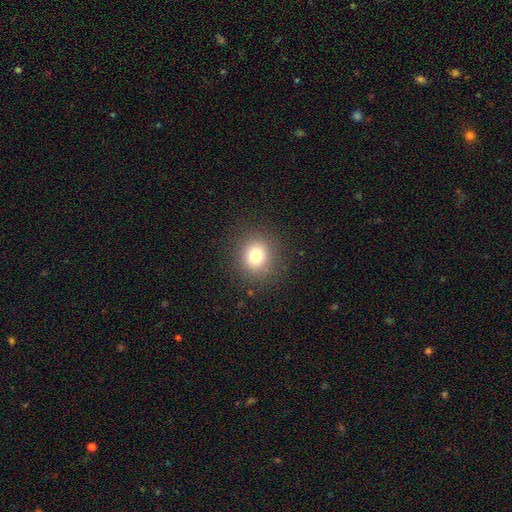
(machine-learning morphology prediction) Q: Smooth or featured?
A: smooth (78%); runner-up: star or artifact (13%)
Q: How rounded?
A: round (85%); runner-up: in between (14%)
Q: Merging?
A: none (88%); runner-up: minor disturbance (7%)